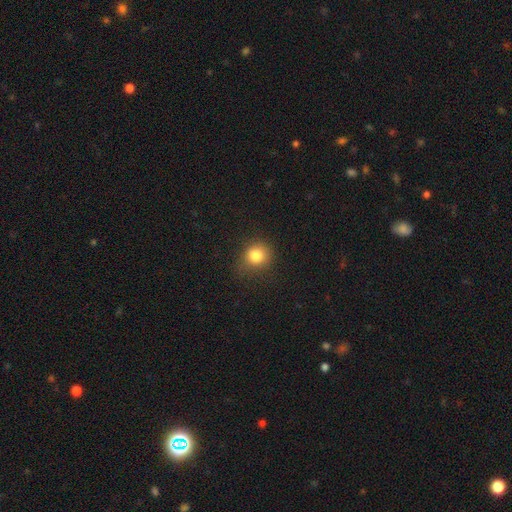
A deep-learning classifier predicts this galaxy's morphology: This is clearly a smooth galaxy (82%). How rounded: clearly round (83%). Merging: likely none (74%).